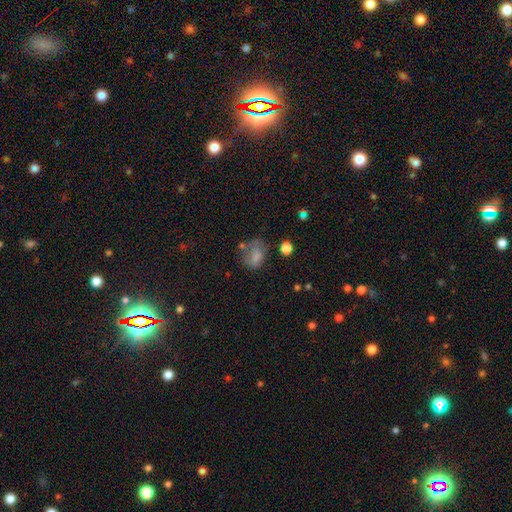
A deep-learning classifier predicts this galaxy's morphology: A smooth galaxy with no disk features (68%) that is in between round and cigar-shaped (62%).

Vote fractions:
- Smooth or featured? smooth: 68% / featured or disk: 18% / star or artifact: 14%
- How rounded? in between: 62% / round: 37% / cigar-shaped: 1%
- Merging? none: 39% / minor disturbance: 27% / major disturbance: 24% / merger: 9%